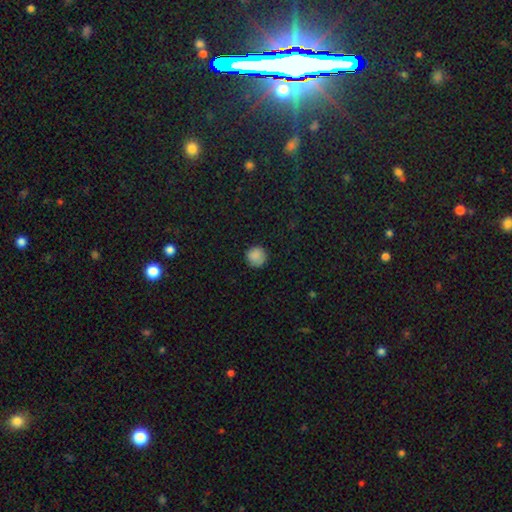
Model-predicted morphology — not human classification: Smooth or featured? smooth (87%)
How rounded? round (94%)
Merging? none (87%)